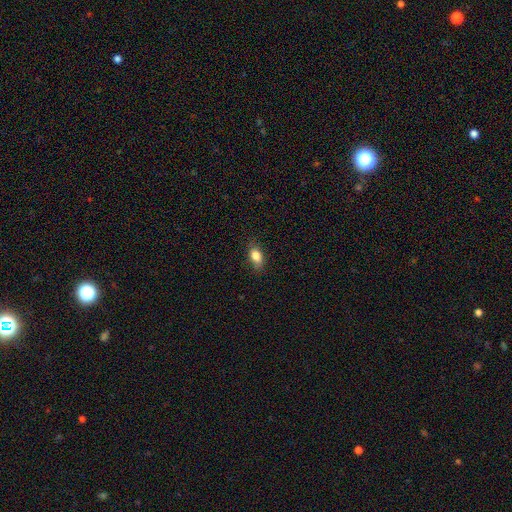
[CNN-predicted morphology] Smooth or featured? smooth (83%)
How rounded? in between (83%)
Merging? none (79%)